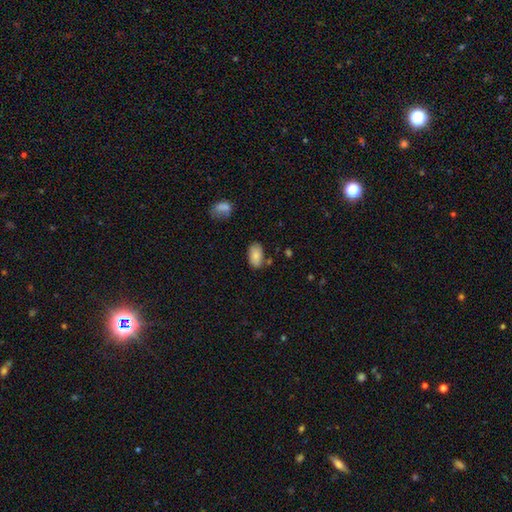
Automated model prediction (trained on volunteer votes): smooth-or-featured: smooth: 83% | featured or disk: 10% | star or artifact: 7%
  how-rounded: in between: 93% | round: 5% | cigar-shaped: 2%
  merging: none: 74% | minor disturbance: 17% | merger: 5% | major disturbance: 4%